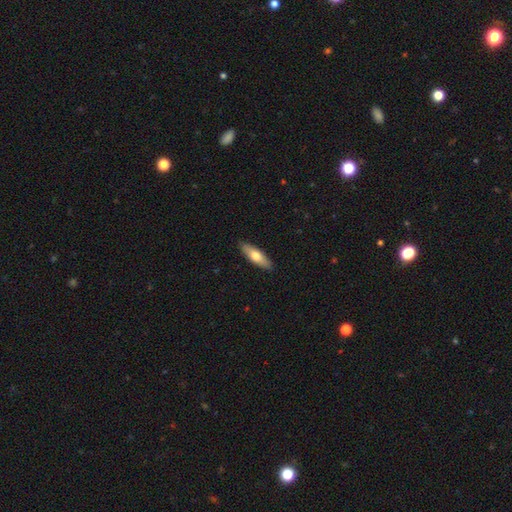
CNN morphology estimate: Smooth or featured?
  - smooth: 65% *
  - featured or disk: 30%
  - star or artifact: 5%
How rounded?
  - cigar-shaped: 50% *
  - in between: 47%
  - round: 2%
Merging?
  - none: 90% *
  - minor disturbance: 8%
  - major disturbance: 2%
  - merger: 1%